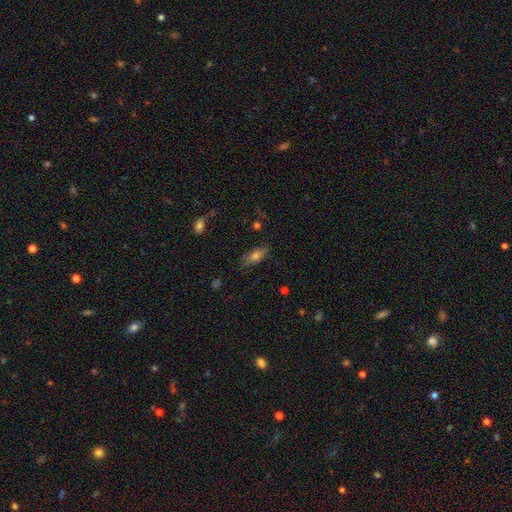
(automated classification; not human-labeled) Q: Smooth or featured?
A: smooth (66%); runner-up: featured or disk (23%)
Q: How rounded?
A: in between (66%); runner-up: cigar-shaped (30%)
Q: Merging?
A: none (78%); runner-up: minor disturbance (16%)